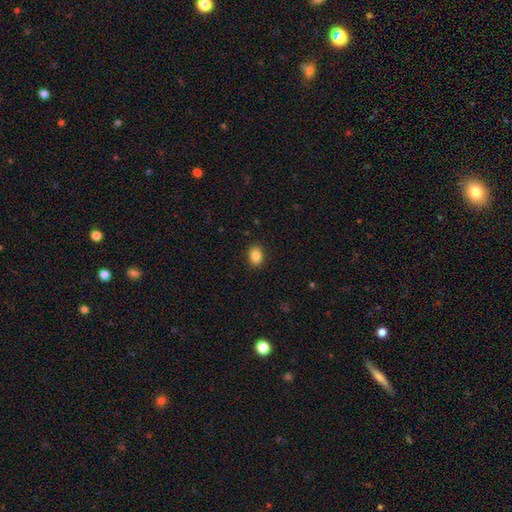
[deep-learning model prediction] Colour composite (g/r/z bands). It shows a smooth galaxy with no disk features (86%) that is in between round and cigar-shaped (67%). Merging: none (90%).